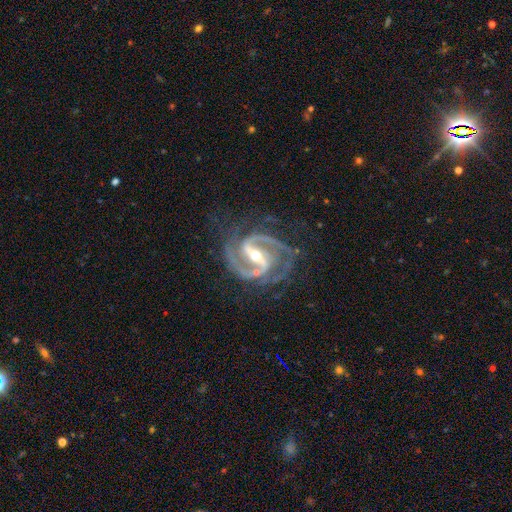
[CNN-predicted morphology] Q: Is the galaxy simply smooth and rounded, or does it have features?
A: featured or disk — 93%.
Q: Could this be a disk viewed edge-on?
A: no — 97%.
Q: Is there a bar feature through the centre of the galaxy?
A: strong — 70%.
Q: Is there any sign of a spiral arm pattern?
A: yes — 99%.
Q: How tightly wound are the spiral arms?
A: medium — 57%.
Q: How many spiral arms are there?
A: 2 — 83%.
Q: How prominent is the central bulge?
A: moderate — 50%.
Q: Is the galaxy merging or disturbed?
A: none — 72%.